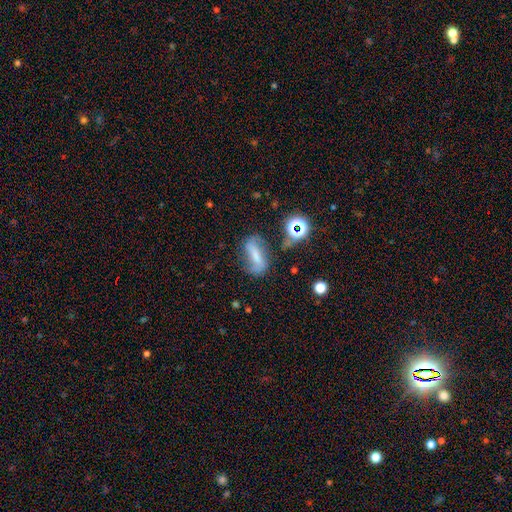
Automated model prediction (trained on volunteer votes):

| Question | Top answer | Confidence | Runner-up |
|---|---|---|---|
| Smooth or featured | featured or disk | 44% | smooth (38%) |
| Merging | none | 53% | minor disturbance (24%) |